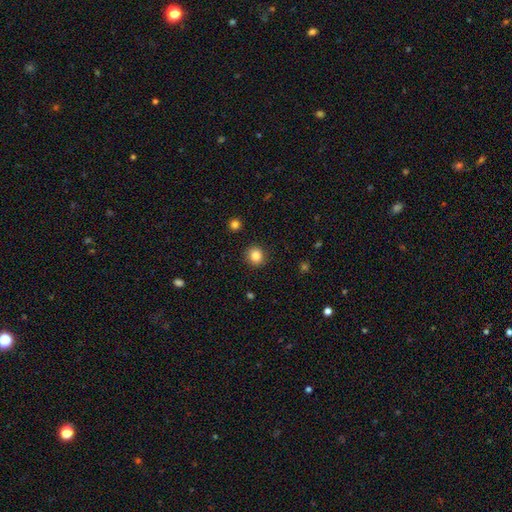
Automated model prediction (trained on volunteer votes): This appears to be a smooth galaxy with no disk features (85%) that is round (87%). Merging: none (91%).